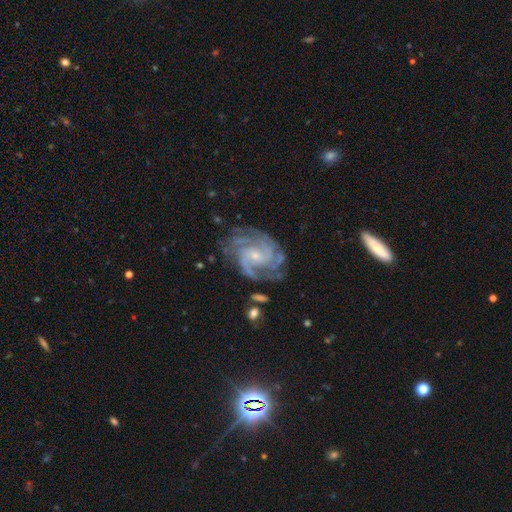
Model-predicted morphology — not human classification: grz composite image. It shows a featured or disk galaxy (92%) with no bar (49%), 3 (29%) tight (57%) spiral arms (98%) and a small central bulge (68%). Merging: none (73%).